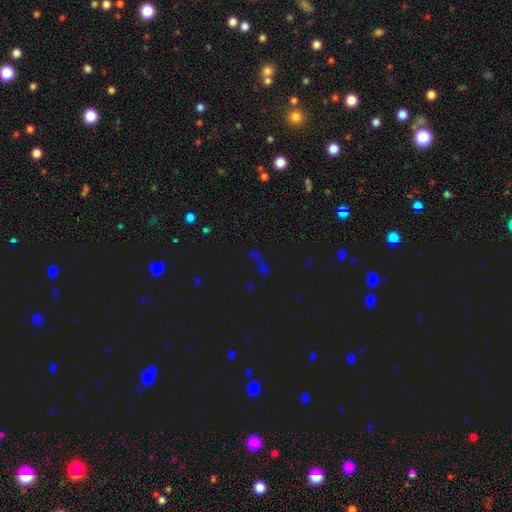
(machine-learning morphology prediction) smooth-or-featured: star or artifact: 59% | smooth: 28% | featured or disk: 12%